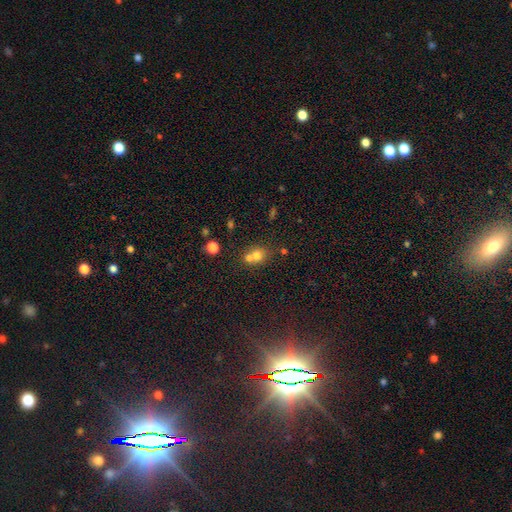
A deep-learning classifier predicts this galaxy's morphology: The model was most divided on "merging": merger: 53%, none: 36%, minor disturbance: 7%, major disturbance: 3%. More confident: smooth or featured — smooth (68%); how rounded — round (67%).